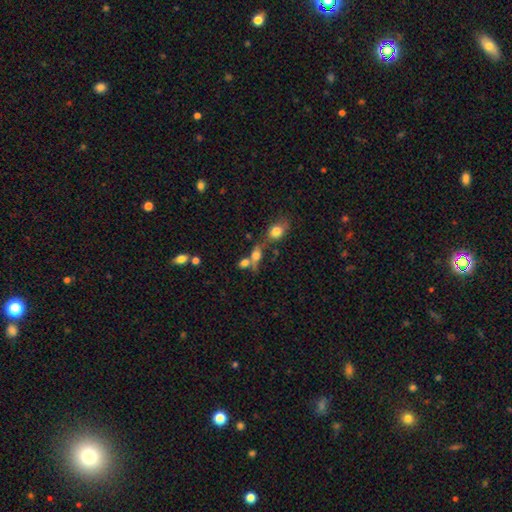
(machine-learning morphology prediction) smooth-or-featured: smooth: 65% | featured or disk: 20% | star or artifact: 15%
  how-rounded: in between: 61% | round: 26% | cigar-shaped: 13%
  merging: merger: 46% | none: 35% | minor disturbance: 11% | major disturbance: 8%